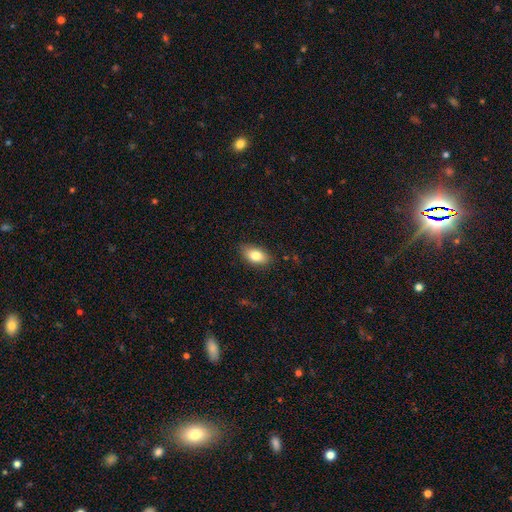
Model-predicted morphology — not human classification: The model was most divided on "smooth or featured": smooth: 81%, featured or disk: 12%, star or artifact: 7%. More confident: how rounded — in between (90%); merging — none (83%).